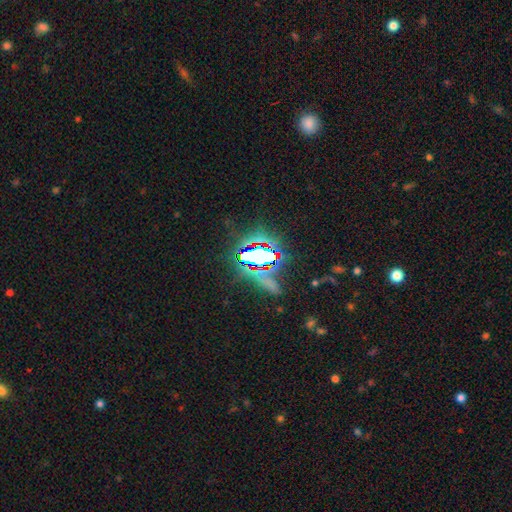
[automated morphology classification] A star or artifact, not a galaxy (79%).

Vote fractions:
- Smooth or featured? star or artifact: 79% / smooth: 11% / featured or disk: 10%